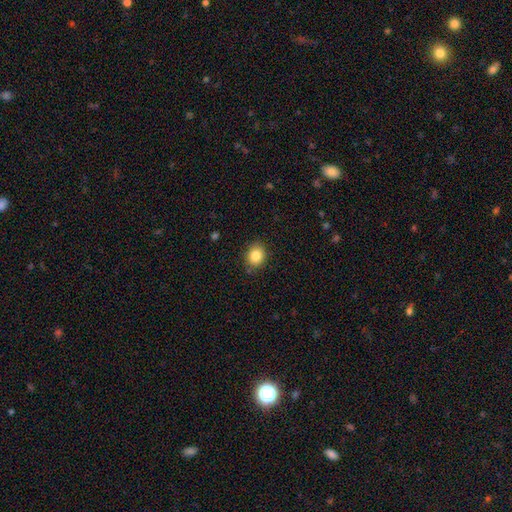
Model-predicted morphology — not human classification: Overall: smooth (85%). How rounded: round (63%; in between 36%). Merging: none (85%).